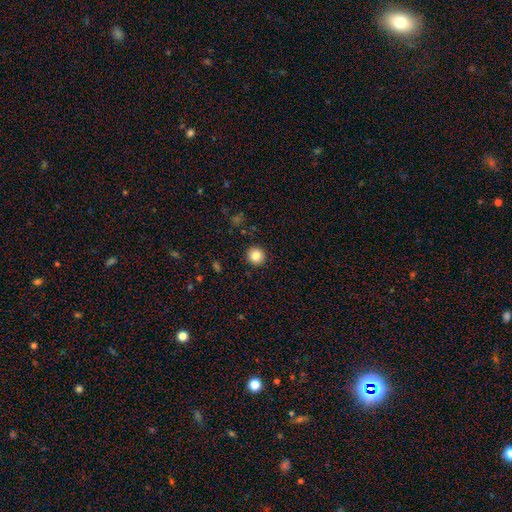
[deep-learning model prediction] A smooth galaxy with no disk features (83%) that is round (94%). Merging: none (92%).